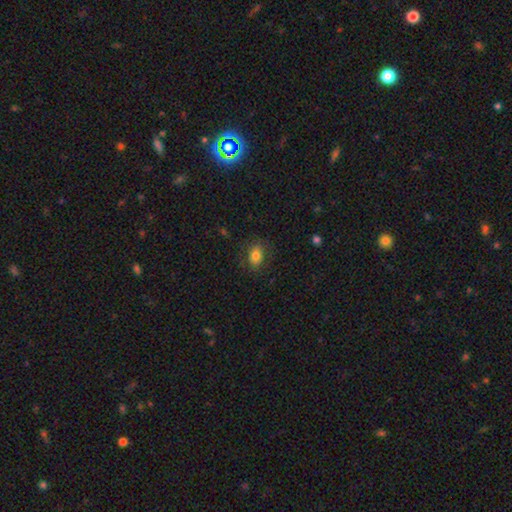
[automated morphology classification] Overall: smooth (78%). How rounded: in between (72%). Merging: none (79%).